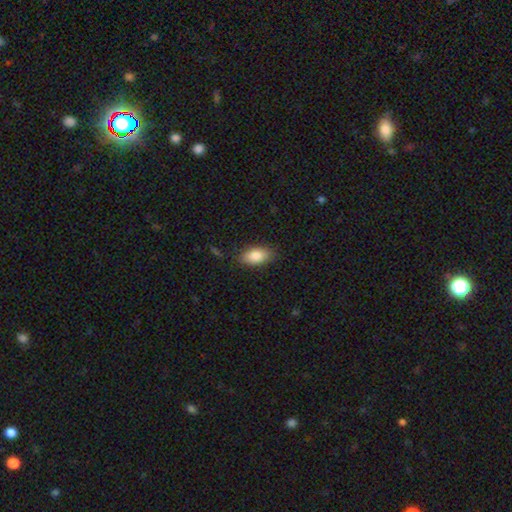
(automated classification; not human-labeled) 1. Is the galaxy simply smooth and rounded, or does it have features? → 85% smooth, 8% featured or disk, 7% star or artifact.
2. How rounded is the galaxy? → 91% in between, 5% cigar-shaped, 4% round.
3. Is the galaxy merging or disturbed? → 84% none, 12% minor disturbance, 3% major disturbance, 1% merger.